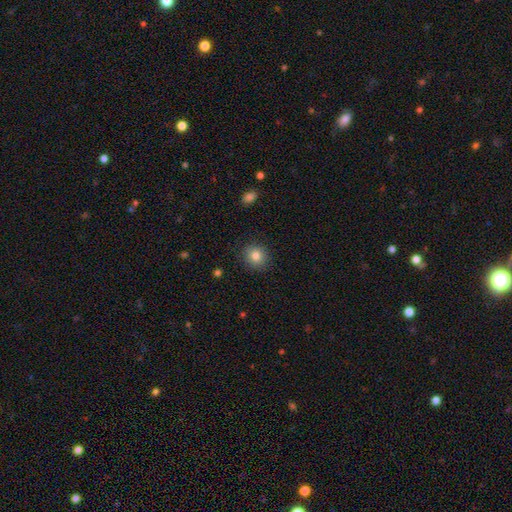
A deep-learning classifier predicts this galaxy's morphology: Q: Smooth or featured?
A: smooth (82%); runner-up: star or artifact (10%)
Q: How rounded?
A: round (86%); runner-up: in between (13%)
Q: Merging?
A: none (89%); runner-up: minor disturbance (7%)